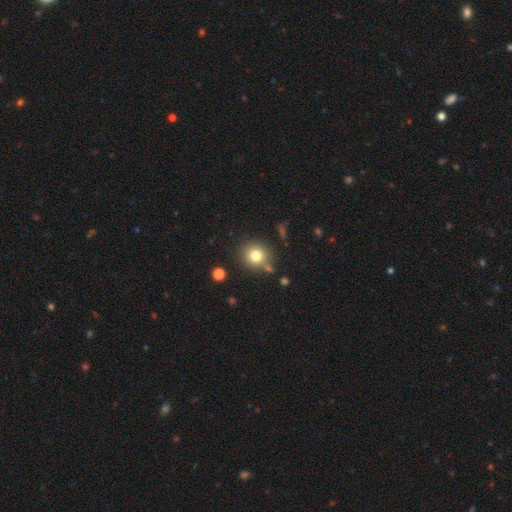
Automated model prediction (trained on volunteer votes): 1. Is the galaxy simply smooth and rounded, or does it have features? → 79% smooth, 12% star or artifact, 10% featured or disk.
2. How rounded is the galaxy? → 88% round, 11% in between, 1% cigar-shaped.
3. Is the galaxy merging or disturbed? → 79% none, 10% minor disturbance, 7% merger, 4% major disturbance.